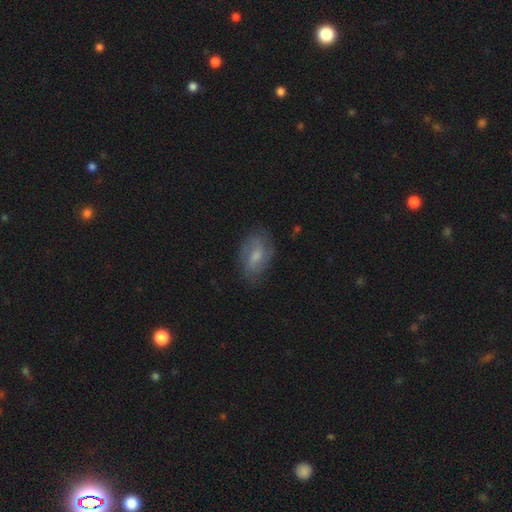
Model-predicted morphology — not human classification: The model was most divided on "bulge size": moderate: 43%, small: 39%, none: 13%, large: 4%, dominant: 1%. More confident: edge-on disk — no (95%); spiral arms — yes (80%); merging — none (71%); smooth or featured — featured or disk (55%); bar — weak (51%).